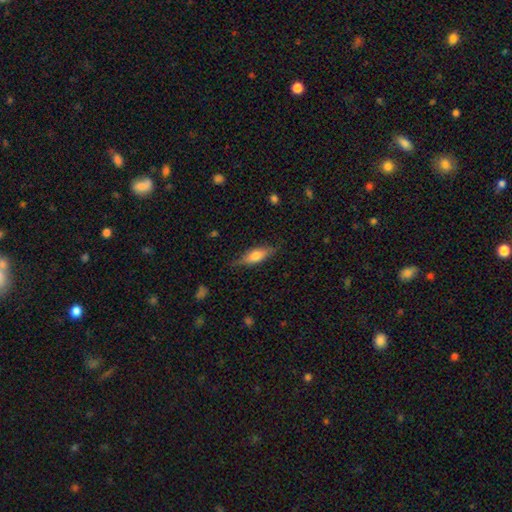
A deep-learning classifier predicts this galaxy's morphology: A smooth galaxy with no disk features (59%) that is in between round and cigar-shaped (52%). Merging: none (77%).